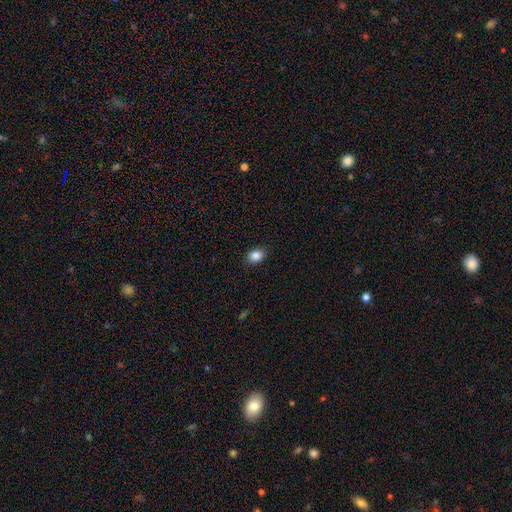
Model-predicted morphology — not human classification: smooth 87%, star or artifact 9%, featured or disk 4%. Down the decision tree: how rounded — in between (65%); merging — none (89%).